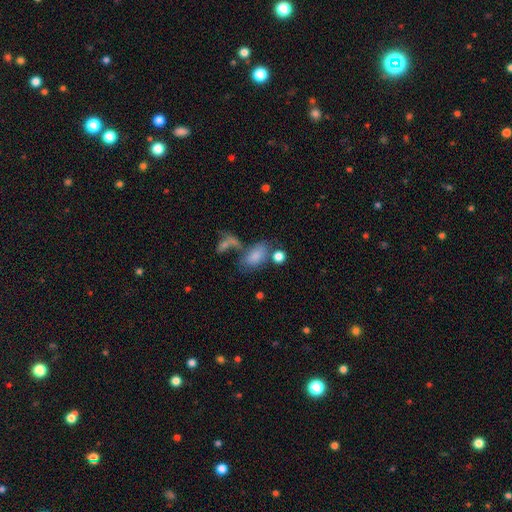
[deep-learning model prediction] smooth-or-featured: smooth: 77% | featured or disk: 14% | star or artifact: 10%
  how-rounded: in between: 89% | round: 8% | cigar-shaped: 3%
  merging: none: 42% | merger: 27% | minor disturbance: 18% | major disturbance: 12%